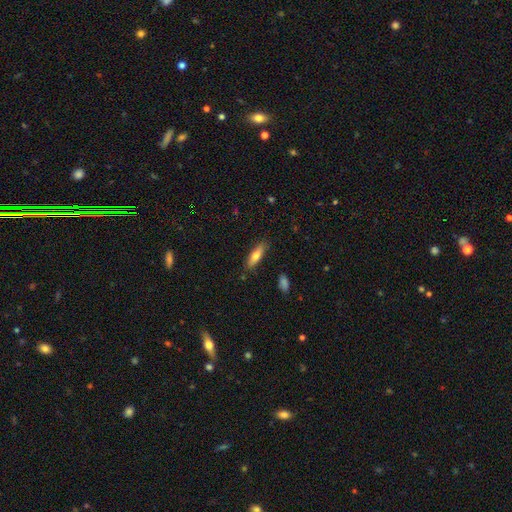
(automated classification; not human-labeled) This appears to be a smooth galaxy with no disk features (69%) that is cigar-shaped (58%). Merging: none (84%).